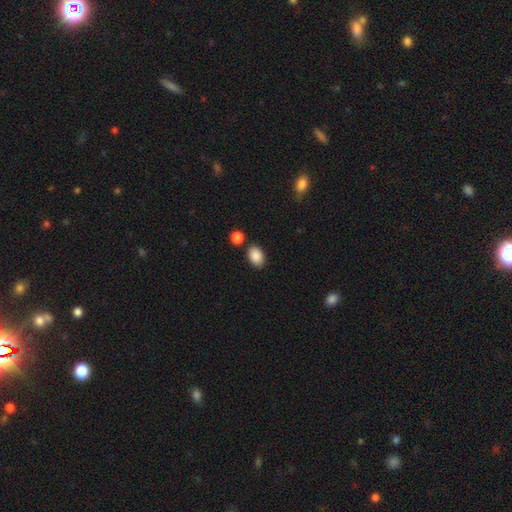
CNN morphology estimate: smooth 89%, star or artifact 8%, featured or disk 4%. Down the decision tree: how rounded — in between (87%); merging — none (80%).